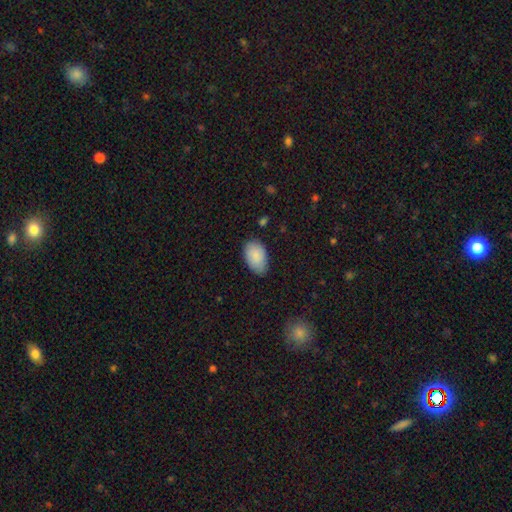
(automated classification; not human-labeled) Overall: smooth (88%). How rounded: in between (93%). Merging: none (75%).